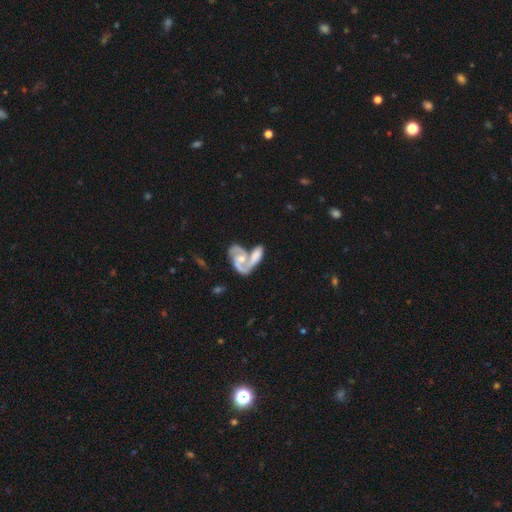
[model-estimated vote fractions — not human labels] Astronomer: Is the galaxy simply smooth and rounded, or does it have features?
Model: featured or disk — 68%.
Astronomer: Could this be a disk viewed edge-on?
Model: no — 92%.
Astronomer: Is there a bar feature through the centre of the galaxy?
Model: no — 59%.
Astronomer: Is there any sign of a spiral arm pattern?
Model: yes — 86%.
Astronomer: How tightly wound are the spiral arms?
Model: medium — 44% (runner-up: loose, 34%).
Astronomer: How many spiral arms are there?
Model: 2 — 79%.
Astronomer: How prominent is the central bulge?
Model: moderate — 48% (runner-up: small, 34%).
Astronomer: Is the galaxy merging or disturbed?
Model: merger — 64%.